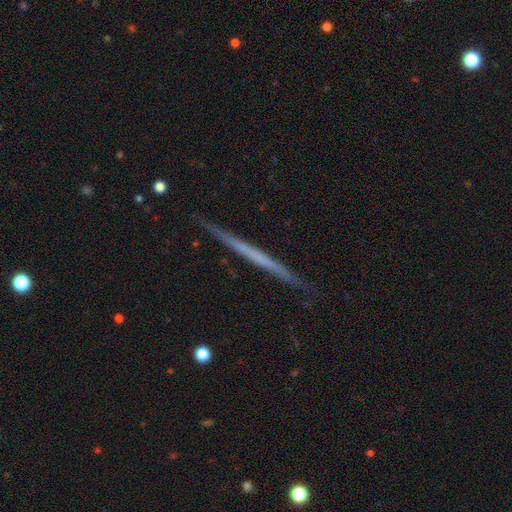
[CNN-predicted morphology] This appears to be a featured or disk galaxy (58%) viewed edge-on (98%) with no central bulge (93%). Merging: none (91%).